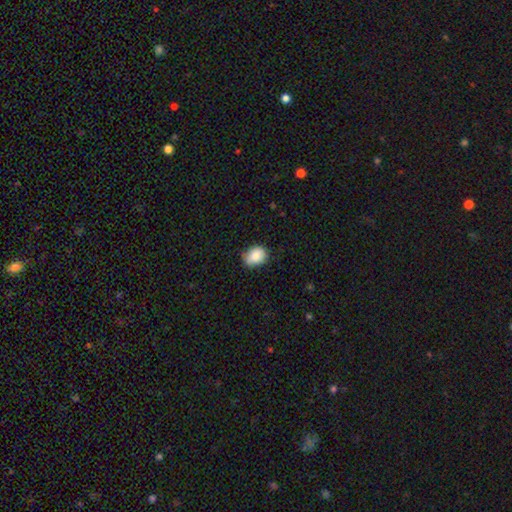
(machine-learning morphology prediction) Smooth or featured: smooth — 87% (star or artifact — 8%)
How rounded: in between — 55% (round — 44%)
Merging: none — 68% (minor disturbance — 26%)